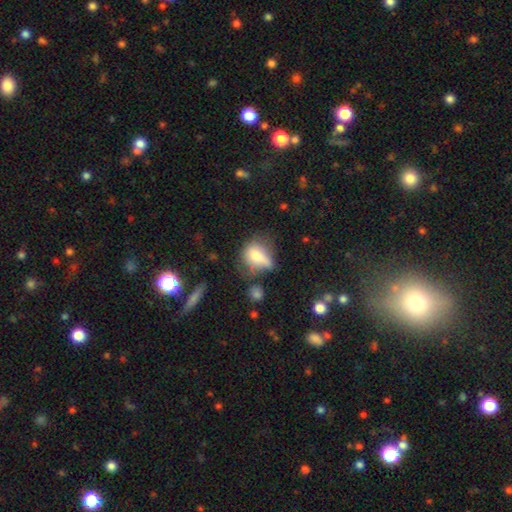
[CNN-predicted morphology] Smooth or featured?
  - smooth: 68% *
  - featured or disk: 21%
  - star or artifact: 11%
How rounded?
  - in between: 53% *
  - round: 44%
  - cigar-shaped: 3%
Merging?
  - none: 32% *
  - minor disturbance: 30%
  - major disturbance: 26%
  - merger: 12%